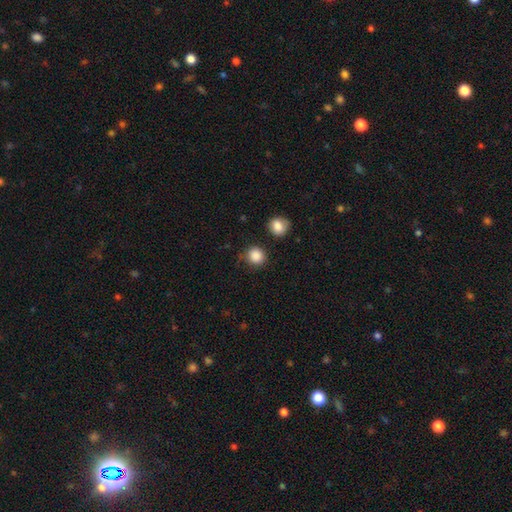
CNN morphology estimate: Smooth or featured? Predicted: smooth (p=0.87). How rounded? Predicted: round (p=0.88). Merging? Predicted: none (p=0.82).